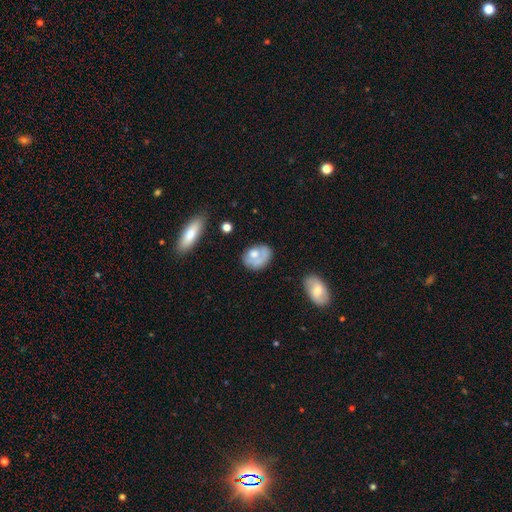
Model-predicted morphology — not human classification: Smooth or featured? smooth (57%)
How rounded? in between (67%)
Merging? none (45%)